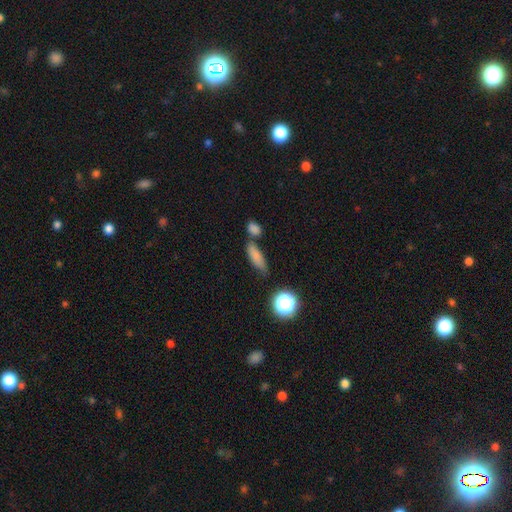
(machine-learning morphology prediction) This appears to be a smooth galaxy with no disk features (77%) that is in between round and cigar-shaped (52%). Merging: none (57%).